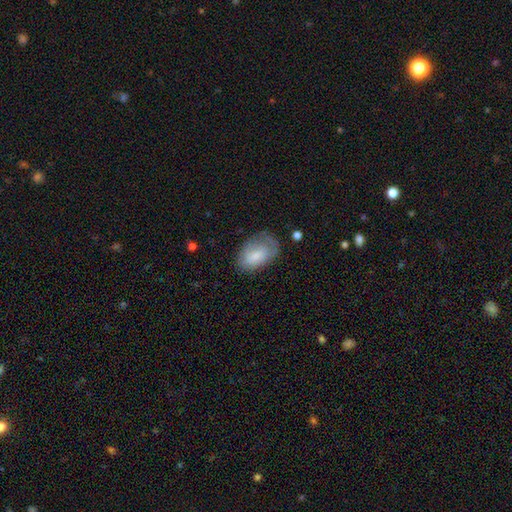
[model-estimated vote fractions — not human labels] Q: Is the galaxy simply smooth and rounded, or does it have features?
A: smooth — 69%.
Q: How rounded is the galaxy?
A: in between — 90%.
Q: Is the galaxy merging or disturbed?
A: none — 57%.